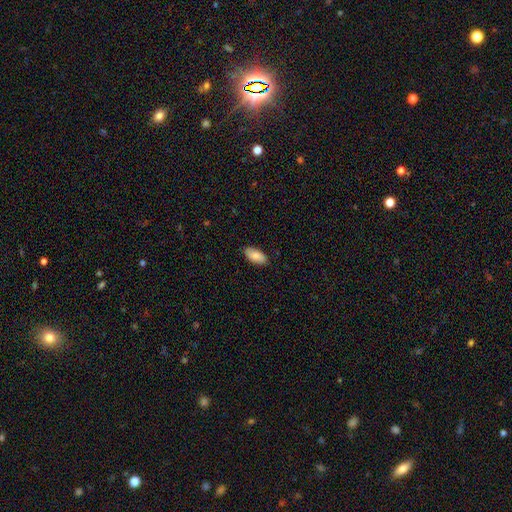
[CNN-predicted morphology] Q: Smooth or featured?
A: smooth (82%); runner-up: featured or disk (12%)
Q: How rounded?
A: in between (93%); runner-up: cigar-shaped (5%)
Q: Merging?
A: none (87%); runner-up: minor disturbance (10%)